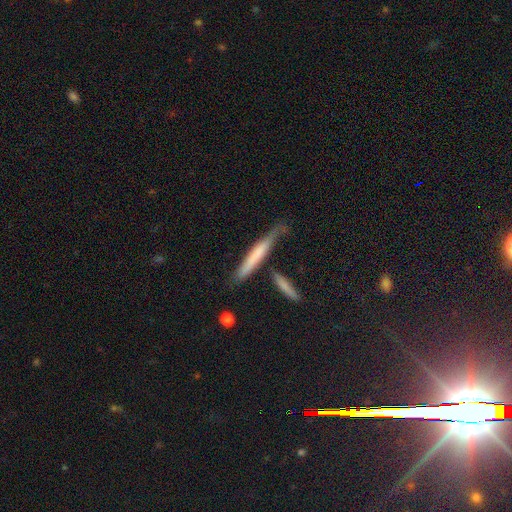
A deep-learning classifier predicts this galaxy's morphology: Overall: smooth (56%; featured or disk 38%). How rounded: cigar-shaped (93%). Merging: none (58%; minor disturbance 22%).